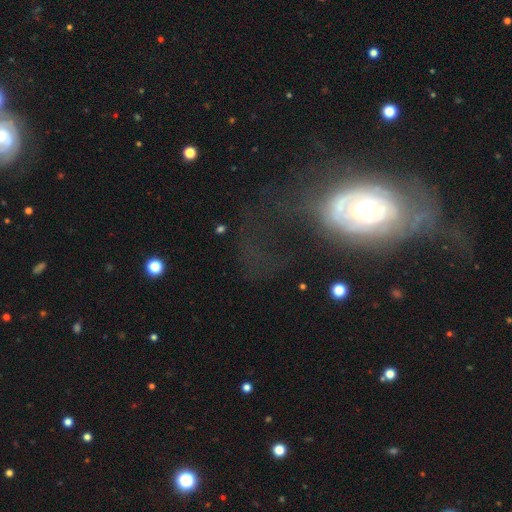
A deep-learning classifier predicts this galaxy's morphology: Smooth or featured: featured or disk — 62% (smooth — 25%)
Edge-on disk: no — 92% (yes — 8%)
Bar: no — 74% (weak — 17%)
Spiral arms: no — 53% (yes — 47%)
Bulge size: moderate — 60% (large — 23%)
Merging: none — 41% (major disturbance — 37%)